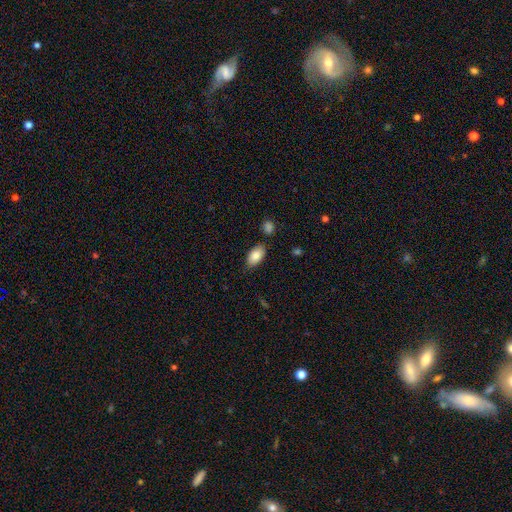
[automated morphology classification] This appears to be a smooth galaxy with no disk features (84%) that is in between round and cigar-shaped (94%). Merging: none (81%).